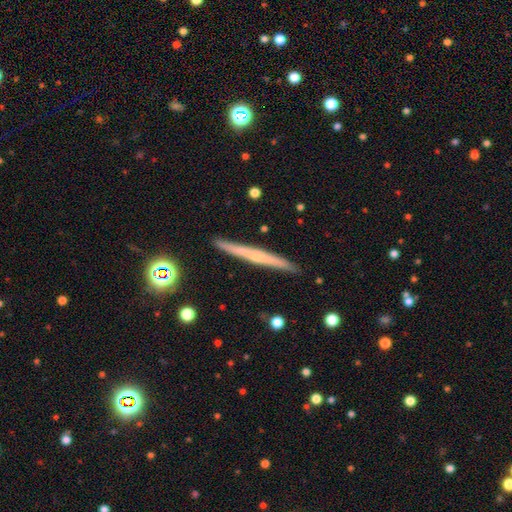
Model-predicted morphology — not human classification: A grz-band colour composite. It shows a featured or disk galaxy (58%) viewed edge-on (97%) with no central bulge (54%). Merging: none (91%).